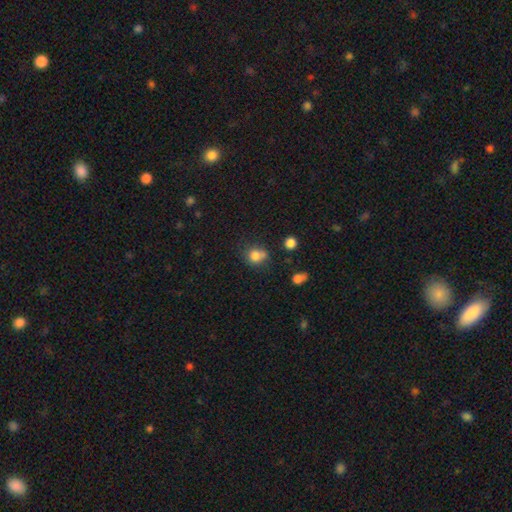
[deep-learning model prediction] Overall: smooth (80%). How rounded: round (72%). Merging: none (53%; minor disturbance 23%).